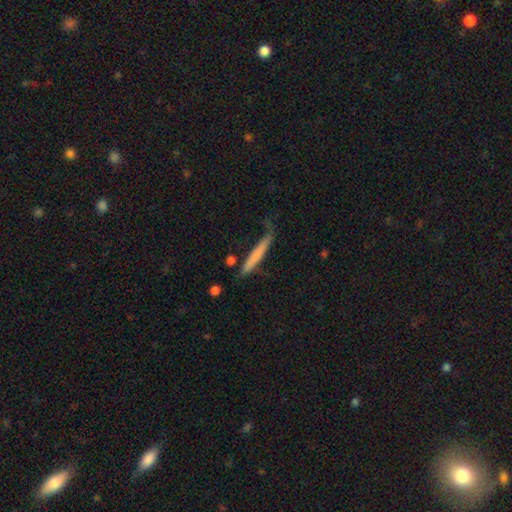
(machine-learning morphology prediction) This appears to be a smooth galaxy with no disk features (67%) that is cigar-shaped (95%). Merging: none (63%).